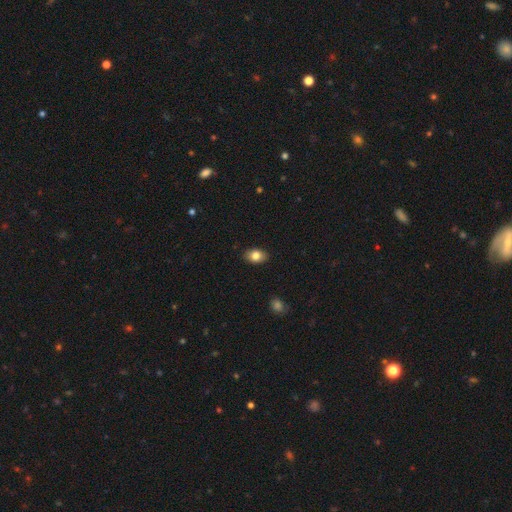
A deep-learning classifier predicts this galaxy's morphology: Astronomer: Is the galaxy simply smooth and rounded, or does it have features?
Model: smooth — 82%.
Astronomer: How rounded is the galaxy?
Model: in between — 82%.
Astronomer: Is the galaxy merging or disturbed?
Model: none — 88%.